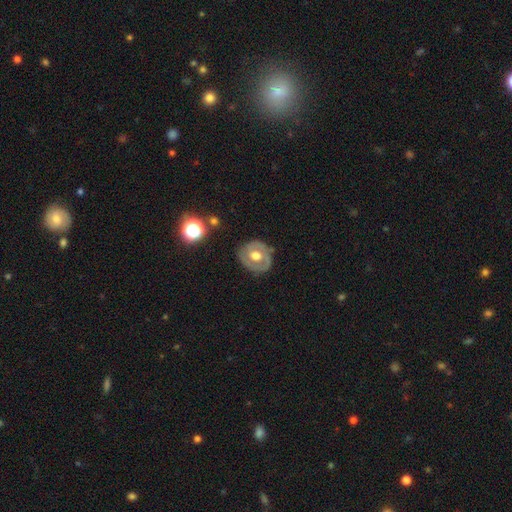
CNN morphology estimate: Smooth or featured? featured or disk (59%)
Edge-on disk? no (95%)
Bar? no (72%)
Spiral arms? no (62%)
Bulge size? moderate (67%)
Merging? none (77%)